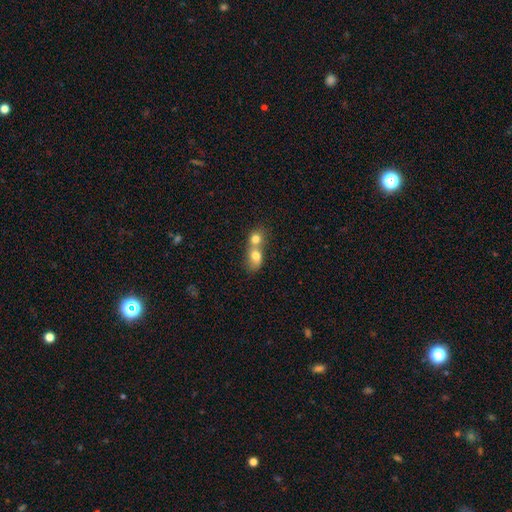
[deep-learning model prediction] smooth-or-featured: smooth: 73% | featured or disk: 18% | star or artifact: 9%
  how-rounded: in between: 49% | round: 48% | cigar-shaped: 2%
  merging: merger: 77% | none: 16% | minor disturbance: 4% | major disturbance: 3%